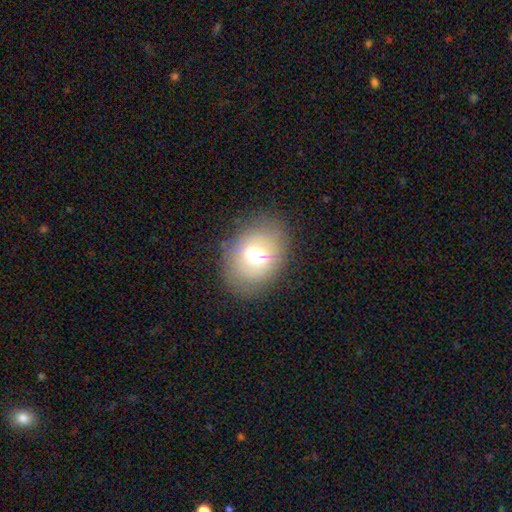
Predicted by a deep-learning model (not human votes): smooth-or-featured: smooth: 58% | featured or disk: 28% | star or artifact: 13%
  how-rounded: in between: 53% | round: 46% | cigar-shaped: 1%
  merging: none: 79% | minor disturbance: 13% | major disturbance: 7% | merger: 1%